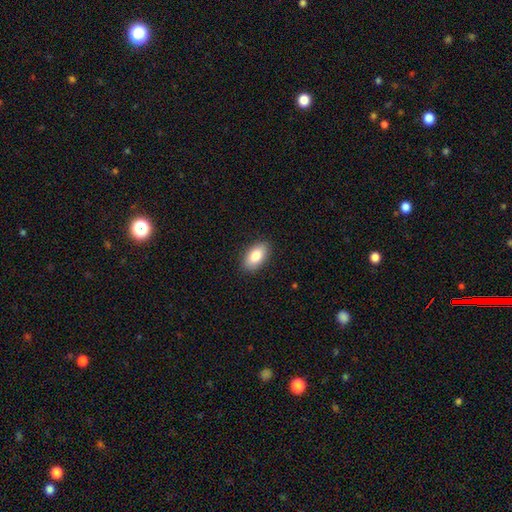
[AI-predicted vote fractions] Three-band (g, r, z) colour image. It shows a smooth galaxy with no disk features (85%) that is in between round and cigar-shaped (93%). Merging: none (89%).